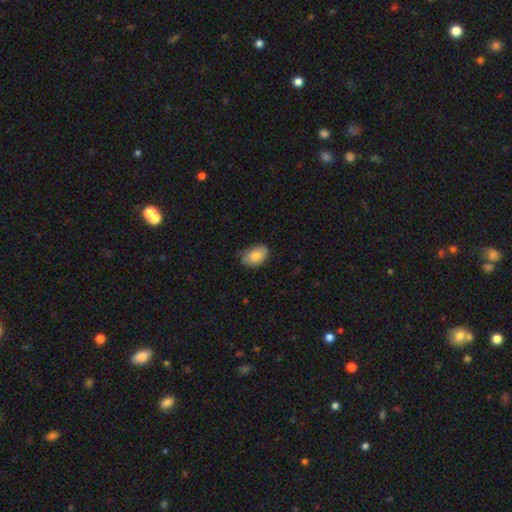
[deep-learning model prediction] Smooth or featured? Predicted: smooth (p=0.79). How rounded? Predicted: in between (p=0.82). Merging? Predicted: none (p=0.57).